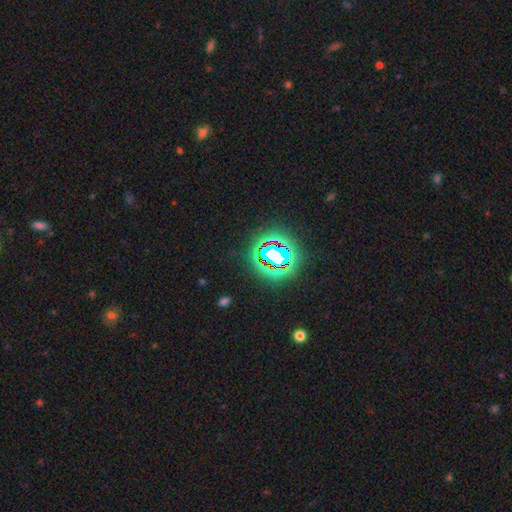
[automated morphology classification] Smooth or featured? star or artifact (75%)